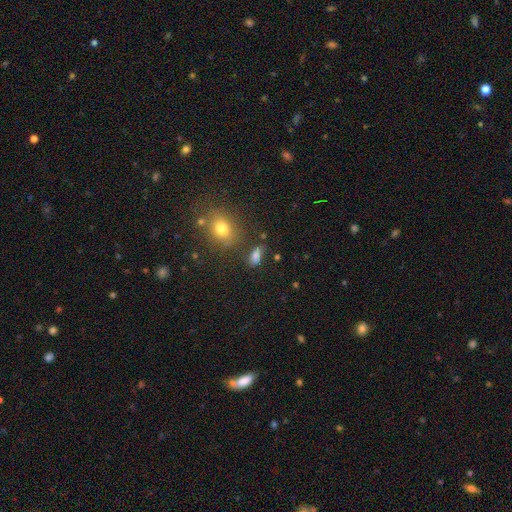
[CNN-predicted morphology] The model was most divided on "merging": none: 63%, minor disturbance: 19%, merger: 9%, major disturbance: 8%. More confident: how rounded — in between (78%); smooth or featured — smooth (74%).